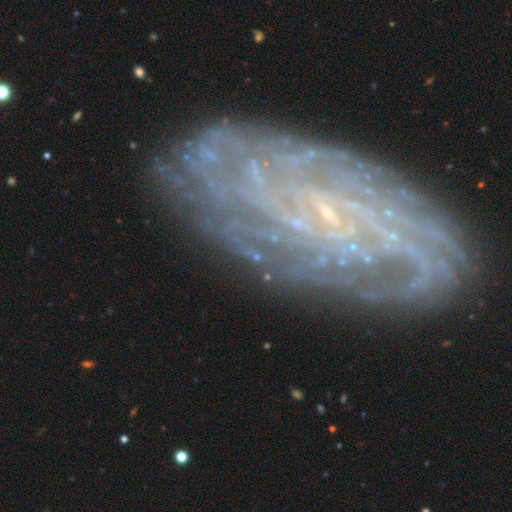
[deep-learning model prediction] This appears to be a featured or disk galaxy (81%) with no bar (41%), tight (69%) spiral arms (91%) and a small central bulge (74%). Merging: none (75%).